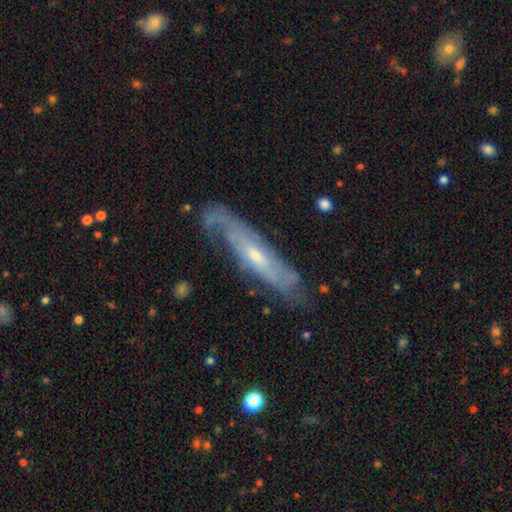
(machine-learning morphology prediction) A featured or disk galaxy (77%).

Vote fractions:
- Smooth or featured? featured or disk: 77% / smooth: 17% / star or artifact: 6%
- Edge-on disk? no: 61% / yes: 39%
- Merging? none: 68% / minor disturbance: 21% / major disturbance: 9% / merger: 2%